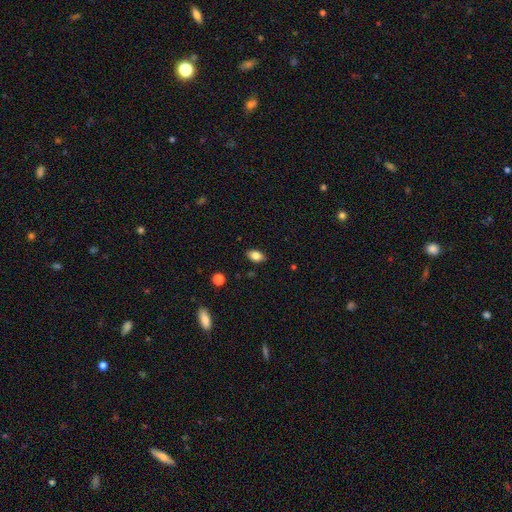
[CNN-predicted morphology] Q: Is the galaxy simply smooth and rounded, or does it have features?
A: smooth — 81%.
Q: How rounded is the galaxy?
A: in between — 89%.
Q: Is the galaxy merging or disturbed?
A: none — 86%.